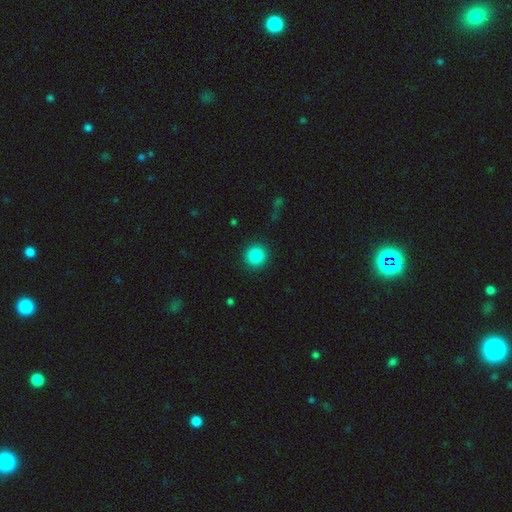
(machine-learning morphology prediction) smooth 87%, star or artifact 9%, featured or disk 4%. Down the decision tree: how rounded — round (94%); merging — none (91%).